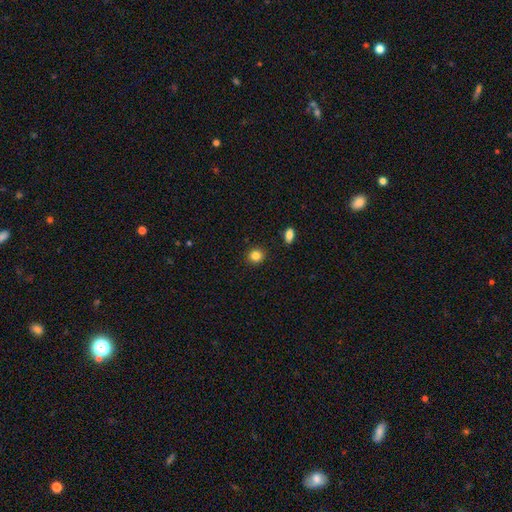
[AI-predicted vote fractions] Smooth or featured? Predicted: smooth (p=0.84). How rounded? Predicted: round (p=0.89). Merging? Predicted: none (p=0.91).